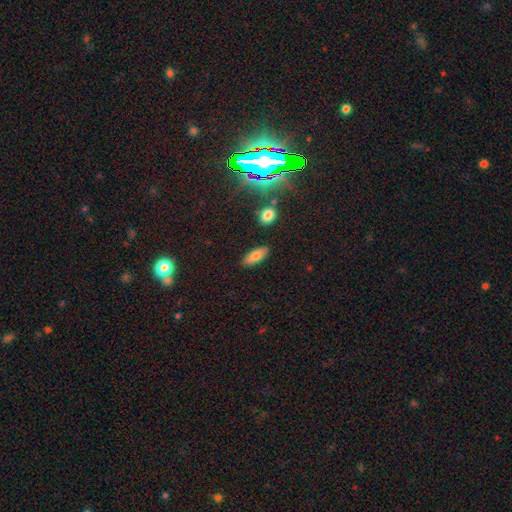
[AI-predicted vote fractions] This is likely a smooth galaxy (78%). How rounded: likely in between (79%). Merging: clearly none (87%).